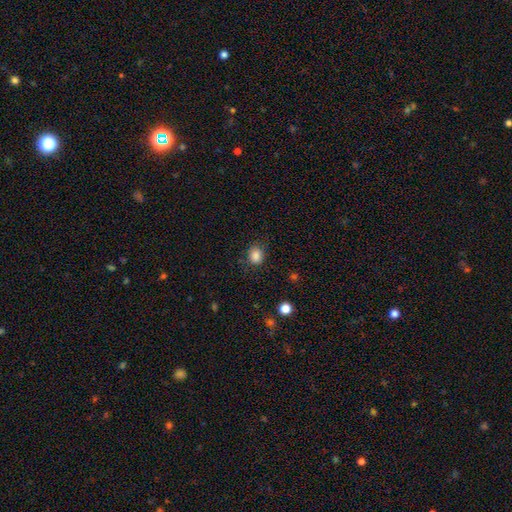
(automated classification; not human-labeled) Morphology: type=smooth (85%); roundness=round (54%); merging=none (80%).